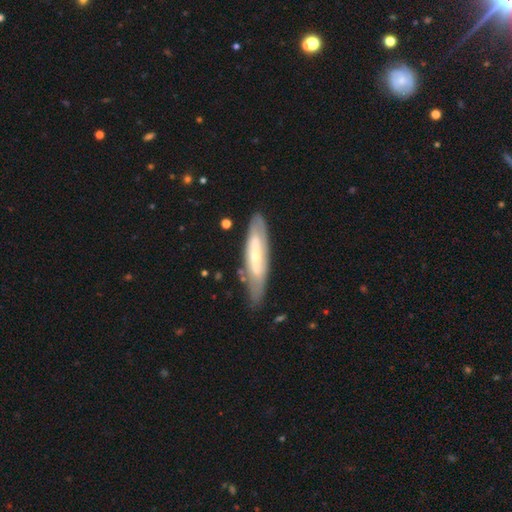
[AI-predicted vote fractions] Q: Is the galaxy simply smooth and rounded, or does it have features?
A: featured or disk — 63%.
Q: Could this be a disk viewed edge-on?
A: no — 58%.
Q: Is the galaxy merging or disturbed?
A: none — 75%.